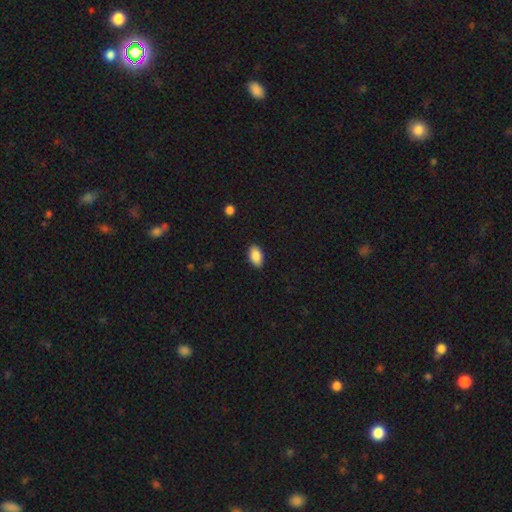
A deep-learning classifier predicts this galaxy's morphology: Overall: smooth (88%). How rounded: in between (94%). Merging: none (88%).